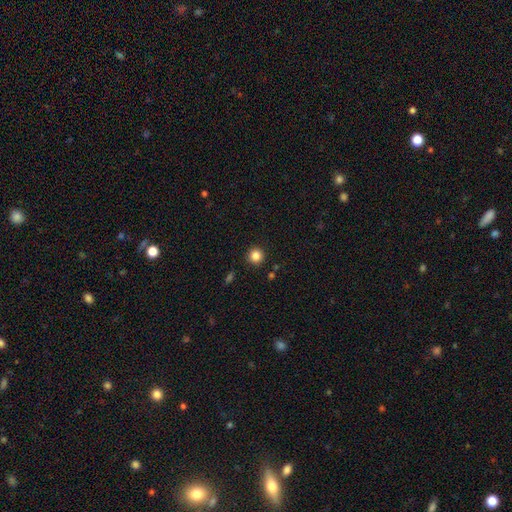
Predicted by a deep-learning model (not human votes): A smooth galaxy with no disk features (84%) that is round (94%).

Vote fractions:
- Smooth or featured? smooth: 84% / star or artifact: 11% / featured or disk: 4%
- How rounded? round: 94% / in between: 5% / cigar-shaped: 1%
- Merging? none: 91% / minor disturbance: 6% / major disturbance: 2% / merger: 2%